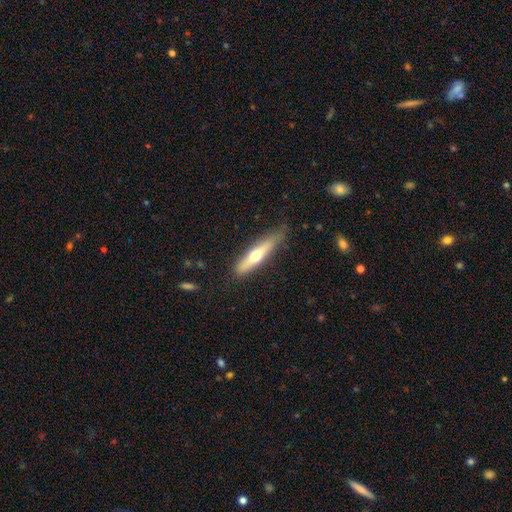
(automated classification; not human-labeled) smooth-or-featured: featured or disk: 47% (tied) | smooth: 47% (tied) | star or artifact: 5%
  merging: none: 76% | minor disturbance: 18% | major disturbance: 4% | merger: 1%